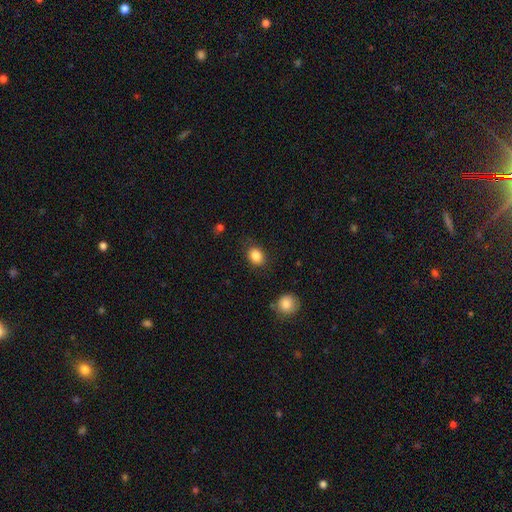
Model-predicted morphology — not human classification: Smooth or featured? Predicted: smooth (p=0.86). How rounded? Predicted: in between (p=0.56). Merging? Predicted: none (p=0.81).